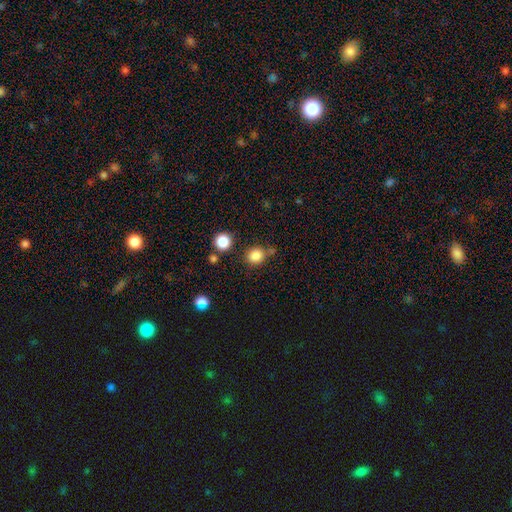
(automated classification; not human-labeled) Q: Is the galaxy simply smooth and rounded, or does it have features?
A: smooth — 84%.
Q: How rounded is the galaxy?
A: round — 80%.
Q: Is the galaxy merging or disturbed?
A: none — 73%.